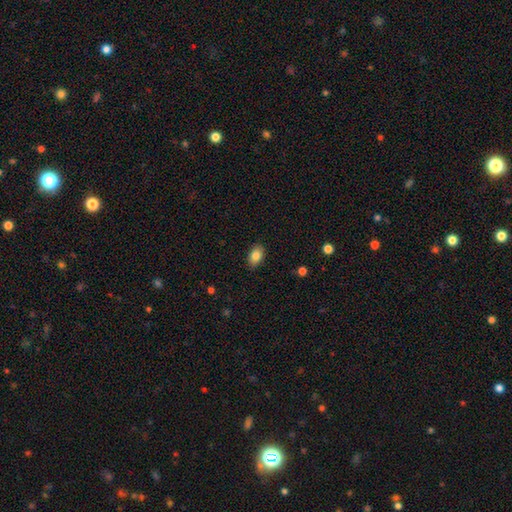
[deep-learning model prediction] Smooth or featured?
  - smooth: 84% *
  - featured or disk: 8%
  - star or artifact: 8%
How rounded?
  - in between: 89% *
  - round: 10%
  - cigar-shaped: 1%
Merging?
  - none: 88% *
  - minor disturbance: 9%
  - major disturbance: 2%
  - merger: 1%